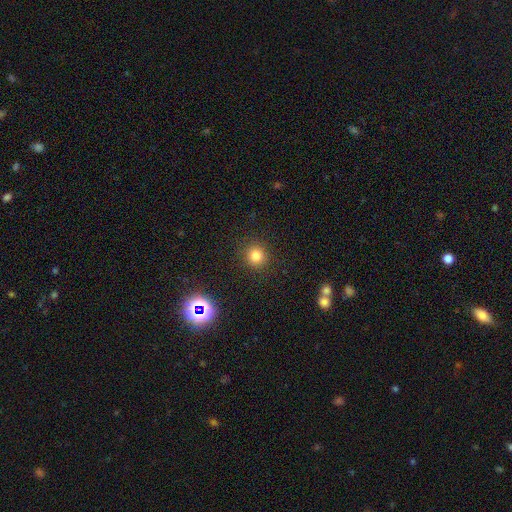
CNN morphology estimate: A smooth galaxy with no disk features (80%) that is round (91%). Merging: none (90%).